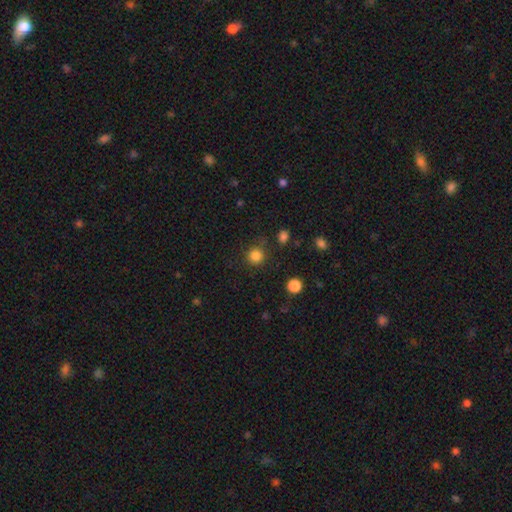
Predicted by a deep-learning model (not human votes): Overall: smooth (83%). How rounded: round (94%). Merging: none (84%).